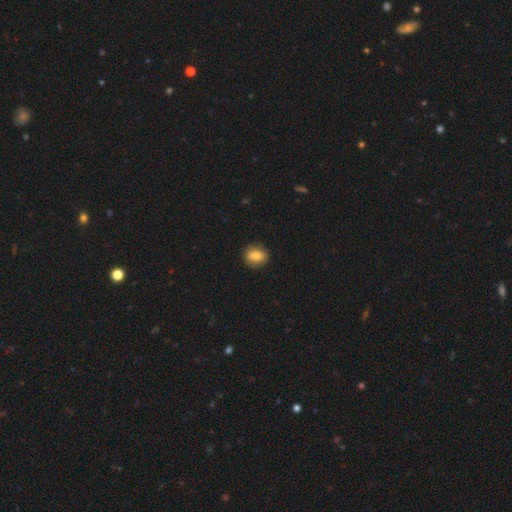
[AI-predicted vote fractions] Overall: smooth (83%). How rounded: round (71%). Merging: none (88%).